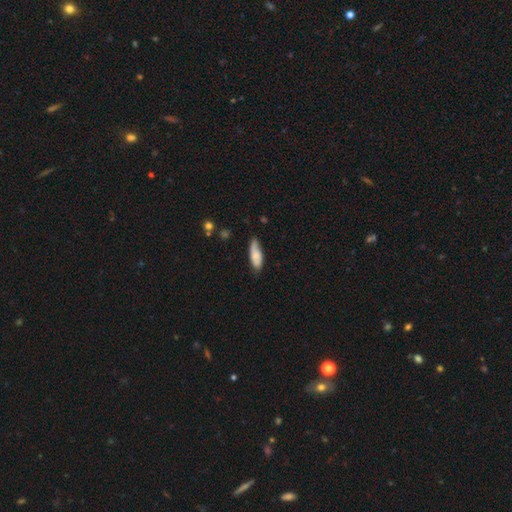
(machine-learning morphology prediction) Smooth or featured? Predicted: smooth (p=0.73). How rounded? Predicted: in between (p=0.68). Merging? Predicted: none (p=0.60).